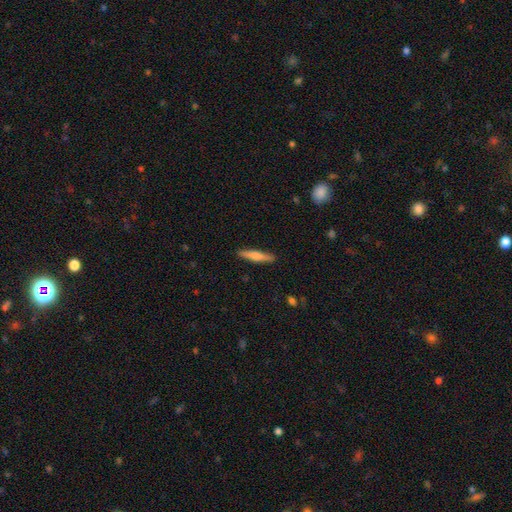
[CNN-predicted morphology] Smooth or featured: smooth — 65% (featured or disk — 30%)
How rounded: cigar-shaped — 90% (in between — 9%)
Merging: none — 90% (minor disturbance — 7%)